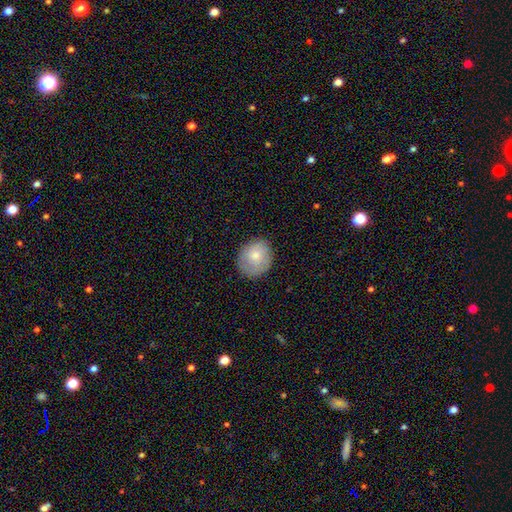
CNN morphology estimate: Smooth or featured? smooth (71%)
How rounded? round (70%)
Merging? none (80%)